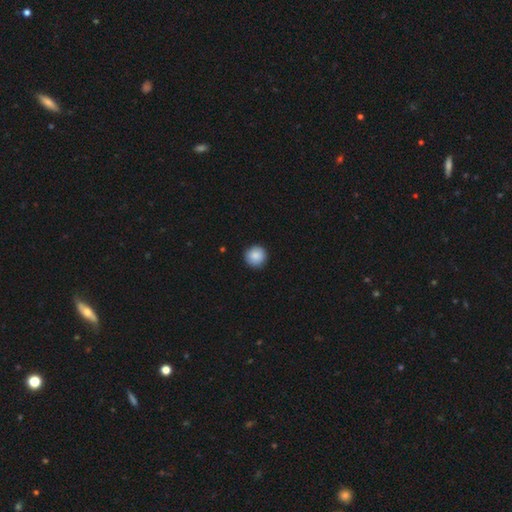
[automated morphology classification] smooth_or_featured: smooth (p=0.88) [alt: star or artifact p=0.08]
how_rounded: round (p=0.96) [alt: in between p=0.04]
merging: none (p=0.92) [alt: minor disturbance p=0.06]